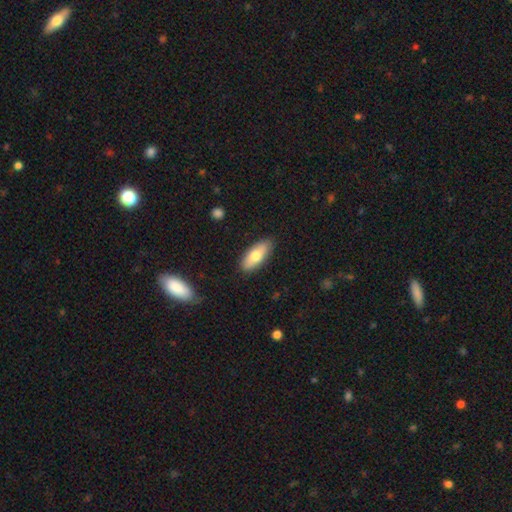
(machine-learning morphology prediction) Q: Smooth or featured?
A: smooth (71%); runner-up: featured or disk (23%)
Q: How rounded?
A: in between (79%); runner-up: cigar-shaped (19%)
Q: Merging?
A: none (87%); runner-up: minor disturbance (10%)